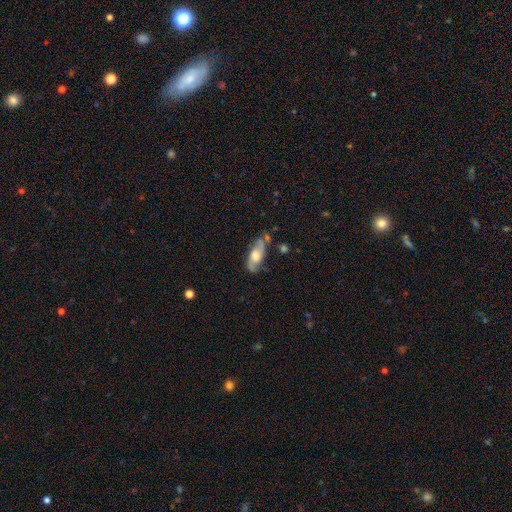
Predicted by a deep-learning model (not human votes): Smooth or featured? Predicted: featured or disk (p=0.63). Edge-on disk? Predicted: no (p=0.84). Bar? Predicted: no (p=0.65). Spiral arms? Predicted: yes (p=0.86). Bulge size? Predicted: moderate (p=0.57). Merging? Predicted: none (p=0.66).